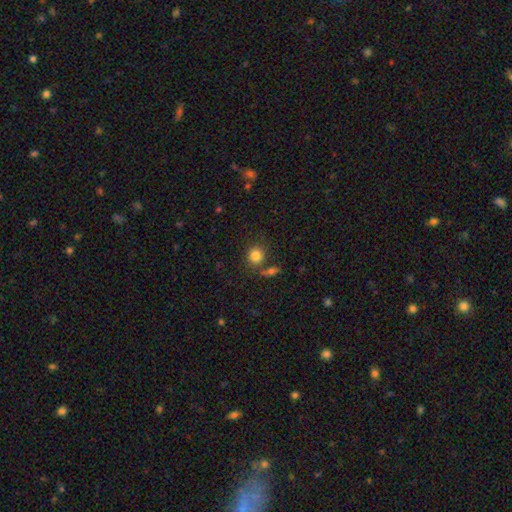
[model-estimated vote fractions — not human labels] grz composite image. It shows a smooth galaxy with no disk features (83%) that is round (84%). Merging: none (72%).